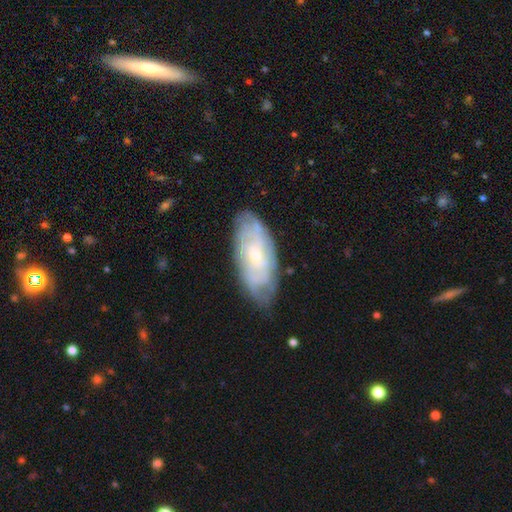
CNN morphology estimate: Smooth or featured: featured or disk — 62% (smooth — 31%)
Edge-on disk: no — 88% (yes — 12%)
Bar: no — 72% (weak — 24%)
Spiral arms: yes — 74% (no — 26%)
Bulge size: small — 67% (moderate — 28%)
Merging: none — 73% (minor disturbance — 20%)